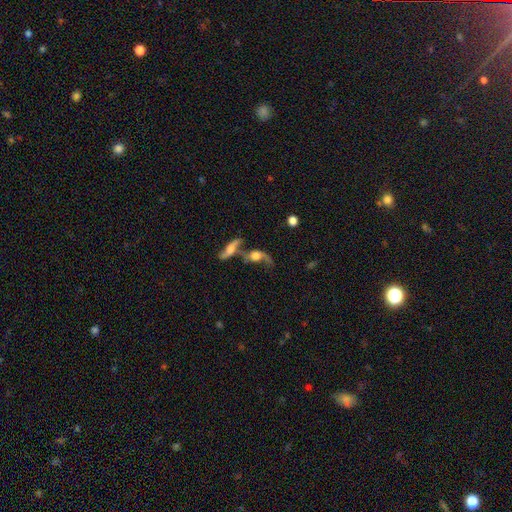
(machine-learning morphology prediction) type=featured or disk (68%); edge-on=no (80%); bar=no (65%); spiral arms=yes (85%); bulge=moderate (37%); merging=merger (53%).